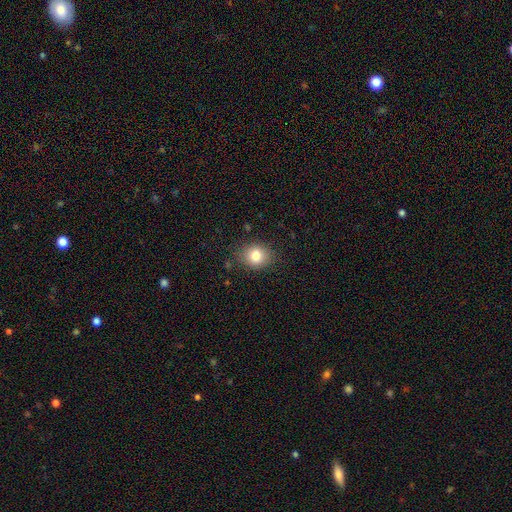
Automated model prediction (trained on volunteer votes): Morphology: type=smooth (81%); roundness=round (61%); merging=none (83%).